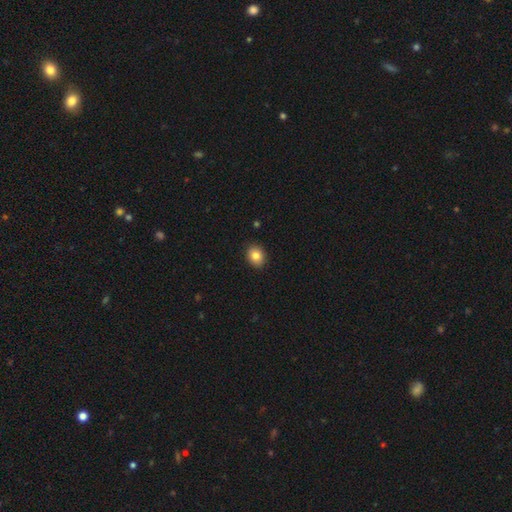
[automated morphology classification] smooth-or-featured: smooth: 84% | star or artifact: 10% | featured or disk: 7%
  how-rounded: round: 51% | in between: 48% | cigar-shaped: 1%
  merging: none: 90% | minor disturbance: 7% | major disturbance: 2% | merger: 1%